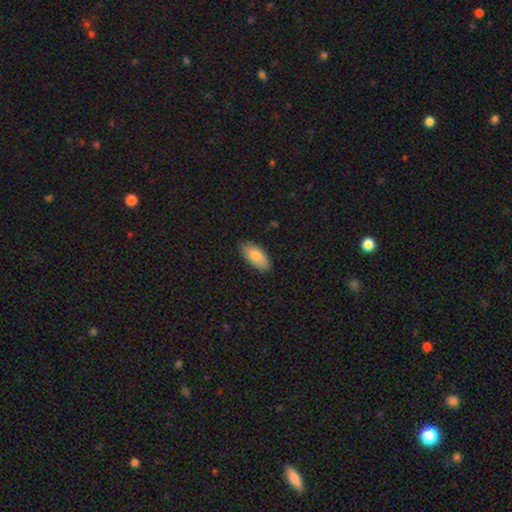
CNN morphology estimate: Smooth or featured: smooth — 81% (featured or disk — 13%)
How rounded: in between — 92% (cigar-shaped — 6%)
Merging: none — 84% (minor disturbance — 13%)